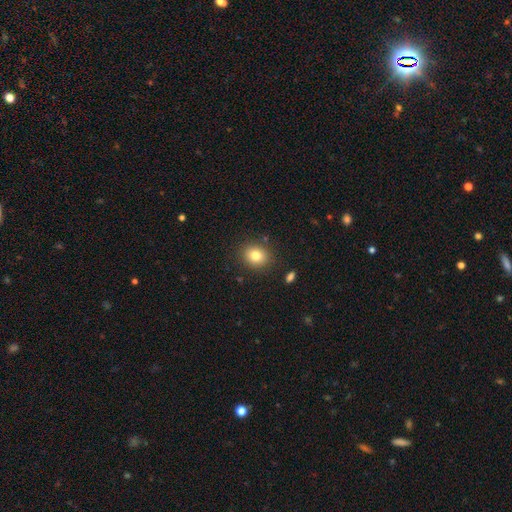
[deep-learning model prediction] Q: Smooth or featured?
A: smooth (82%); runner-up: star or artifact (10%)
Q: How rounded?
A: round (66%); runner-up: in between (34%)
Q: Merging?
A: none (86%); runner-up: minor disturbance (9%)